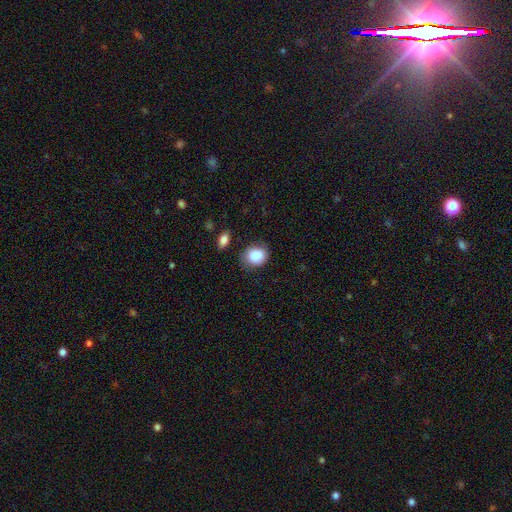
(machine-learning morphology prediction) Q: Smooth or featured?
A: smooth (86%); runner-up: star or artifact (8%)
Q: How rounded?
A: round (59%); runner-up: in between (41%)
Q: Merging?
A: none (69%); runner-up: minor disturbance (22%)